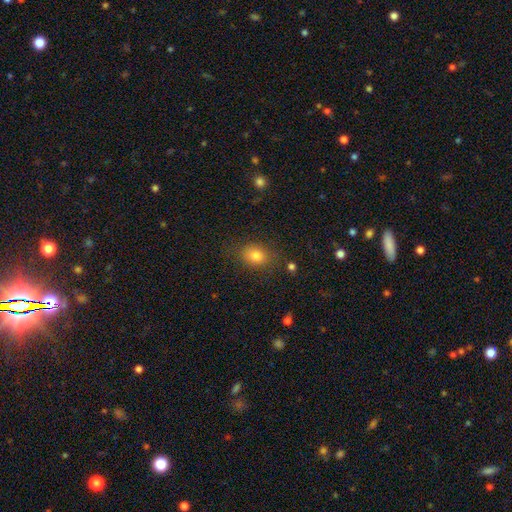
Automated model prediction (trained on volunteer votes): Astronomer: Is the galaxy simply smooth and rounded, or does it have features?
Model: smooth — 79%.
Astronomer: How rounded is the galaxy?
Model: in between — 59% (runner-up: round, 40%).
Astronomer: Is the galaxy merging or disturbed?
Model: none — 80%.